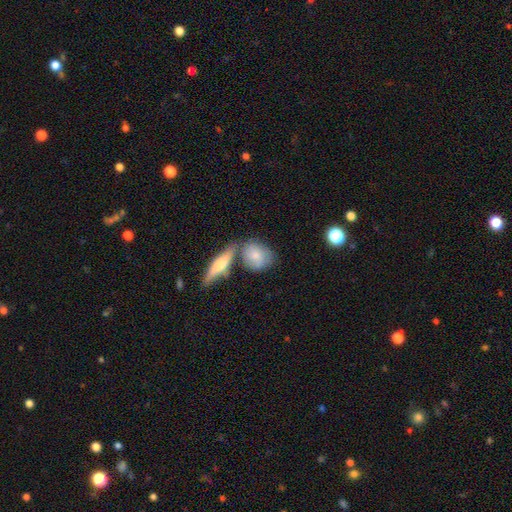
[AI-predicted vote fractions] This appears to be a smooth galaxy with no disk features (70%) that is round (47%). Merging: none (53%).